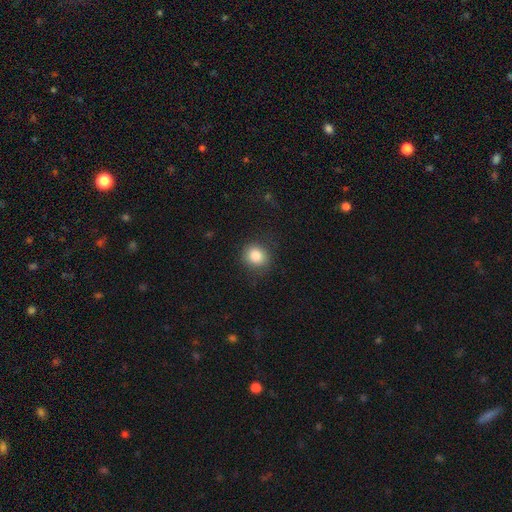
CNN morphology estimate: Q: Smooth or featured?
A: smooth (84%); runner-up: star or artifact (10%)
Q: How rounded?
A: round (80%); runner-up: in between (19%)
Q: Merging?
A: none (84%); runner-up: minor disturbance (12%)